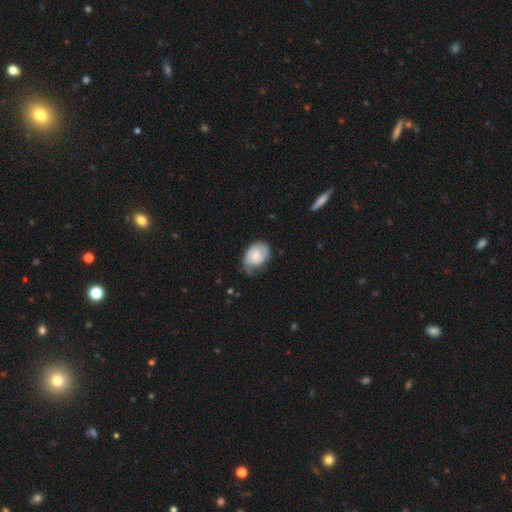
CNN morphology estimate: A smooth galaxy with no disk features (47%).

Vote fractions:
- Smooth or featured? smooth: 47% / featured or disk: 46% / star or artifact: 6%
- Merging? none: 44% / minor disturbance: 38% / major disturbance: 16% / merger: 2%